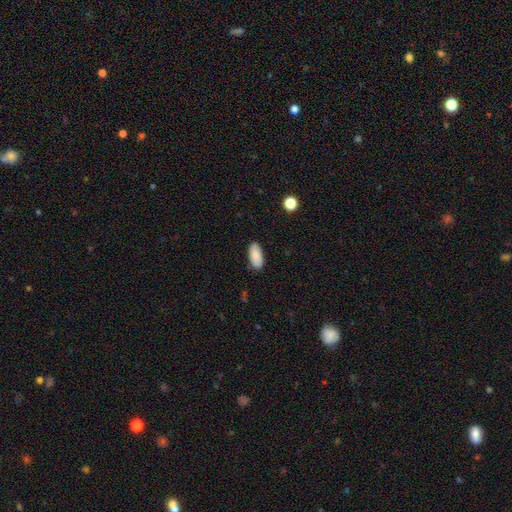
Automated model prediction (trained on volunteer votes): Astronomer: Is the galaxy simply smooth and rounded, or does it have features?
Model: smooth — 87%.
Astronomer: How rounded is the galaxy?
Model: in between — 92%.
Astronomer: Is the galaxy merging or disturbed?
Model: none — 87%.